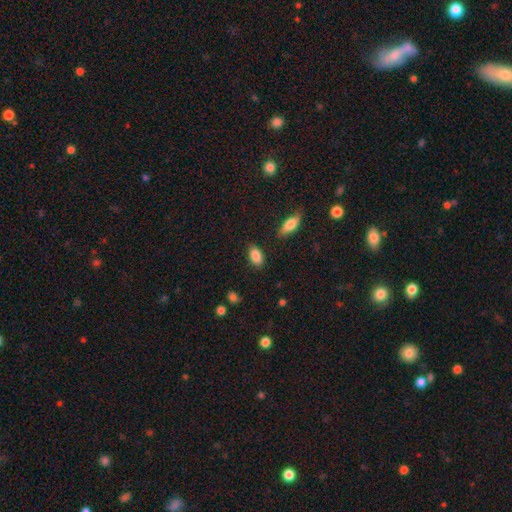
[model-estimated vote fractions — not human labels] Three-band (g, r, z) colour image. It shows a smooth galaxy with no disk features (87%) that is in between round and cigar-shaped (90%). Merging: none (86%).